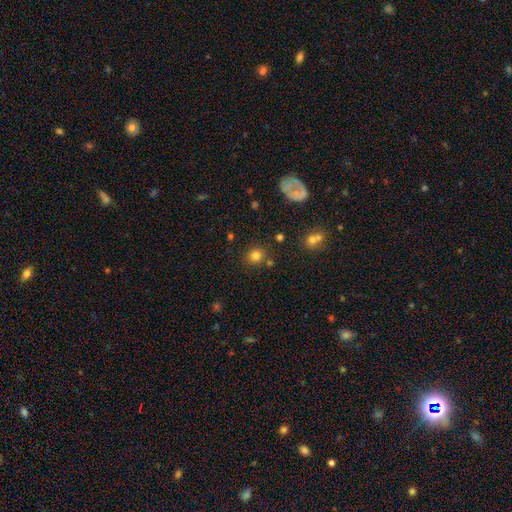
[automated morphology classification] A smooth galaxy with no disk features (79%) that is round (79%). Merging: none (80%).